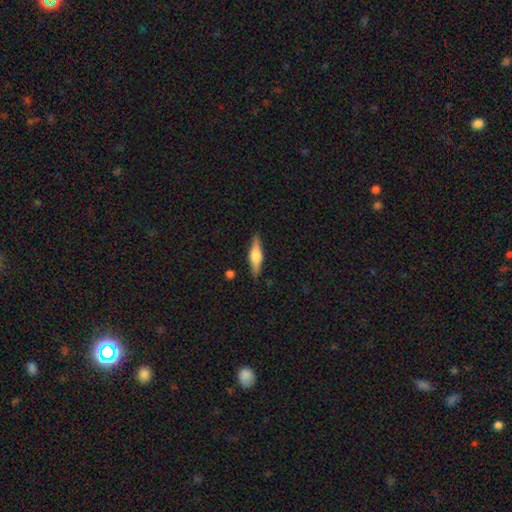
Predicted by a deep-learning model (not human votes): Smooth or featured?
  - featured or disk: 50% *
  - smooth: 43%
  - star or artifact: 6%
Edge-on disk?
  - yes: 95% *
  - no: 5%
Merging?
  - none: 87% *
  - minor disturbance: 9%
  - major disturbance: 2%
  - merger: 2%